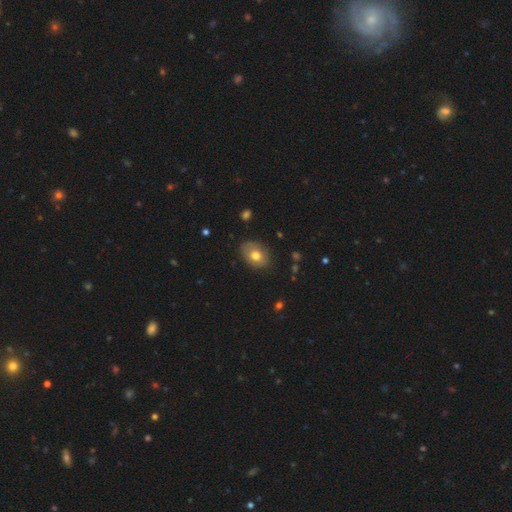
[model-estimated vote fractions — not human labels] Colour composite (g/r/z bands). It shows a smooth galaxy with no disk features (71%) that is in between round and cigar-shaped (67%). Merging: none (79%).